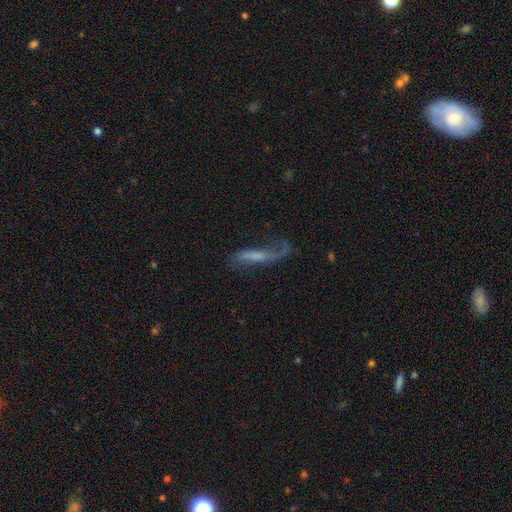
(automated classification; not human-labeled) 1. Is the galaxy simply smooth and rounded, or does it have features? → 63% featured or disk, 27% smooth, 9% star or artifact.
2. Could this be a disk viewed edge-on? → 64% no, 36% yes.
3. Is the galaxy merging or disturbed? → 49% none, 24% minor disturbance, 23% major disturbance, 4% merger.